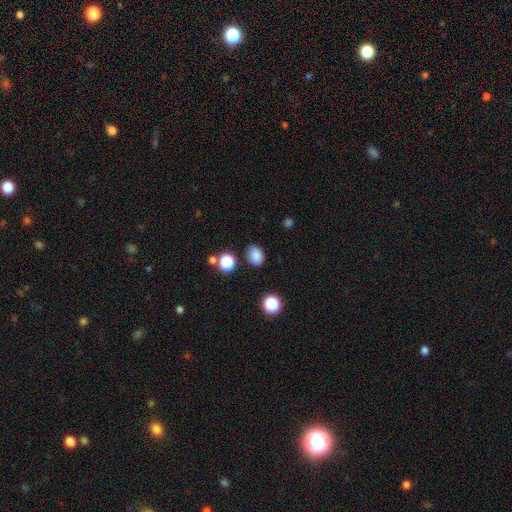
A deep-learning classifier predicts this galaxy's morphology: smooth_or_featured: smooth (p=0.83) [alt: star or artifact p=0.12]
how_rounded: in between (p=0.57) [alt: round p=0.42]
merging: none (p=0.78) [alt: minor disturbance p=0.15]